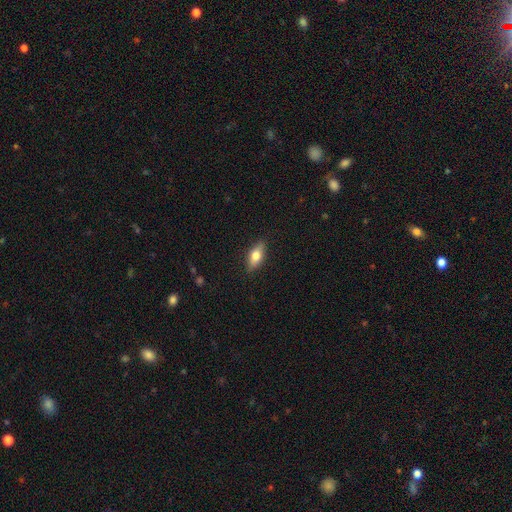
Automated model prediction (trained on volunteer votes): A smooth galaxy with no disk features (67%) that is in between round and cigar-shaped (77%). Merging: none (86%).